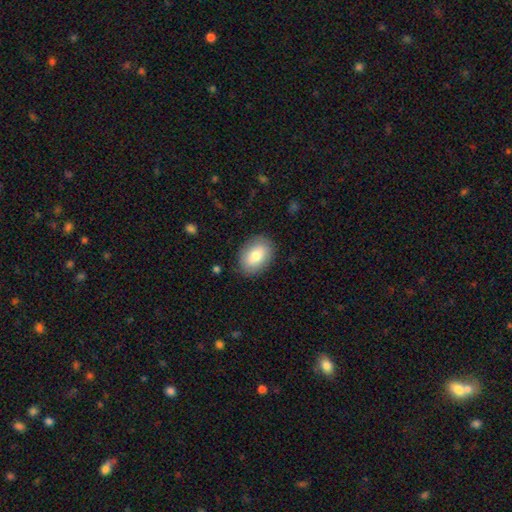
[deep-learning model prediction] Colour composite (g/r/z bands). It shows a smooth galaxy with no disk features (80%) that is in between round and cigar-shaped (80%). Merging: none (85%).